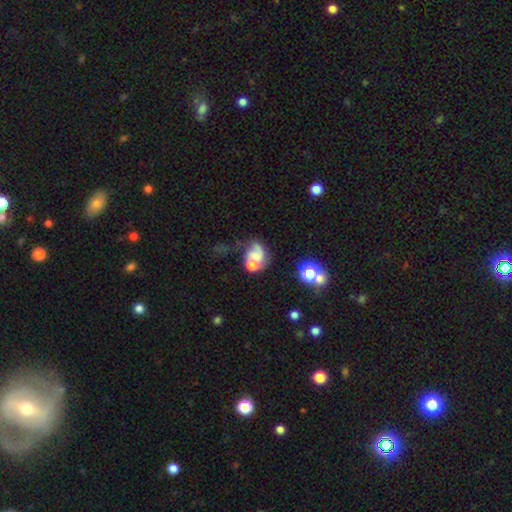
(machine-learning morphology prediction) type=featured or disk (49%); merging=merger (35%).